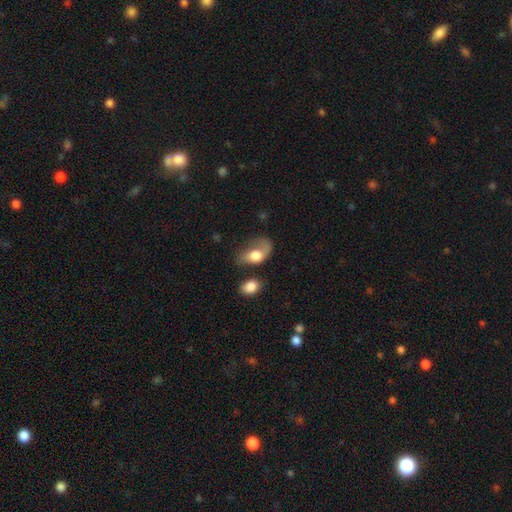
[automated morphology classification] Smooth or featured?
  - smooth: 53% *
  - featured or disk: 39%
  - star or artifact: 8%
How rounded?
  - in between: 82% *
  - round: 15%
  - cigar-shaped: 2%
Merging?
  - major disturbance: 36% *
  - none: 29%
  - minor disturbance: 21%
  - merger: 13%